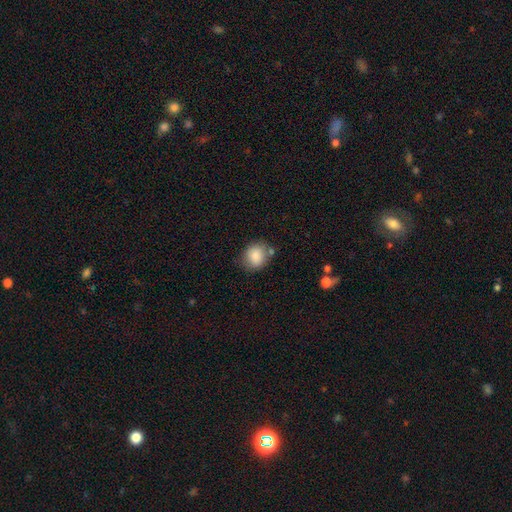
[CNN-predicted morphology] smooth_or_featured: smooth (p=0.85) [alt: star or artifact p=0.08]
how_rounded: round (p=0.72) [alt: in between p=0.27]
merging: none (p=0.70) [alt: minor disturbance p=0.18]